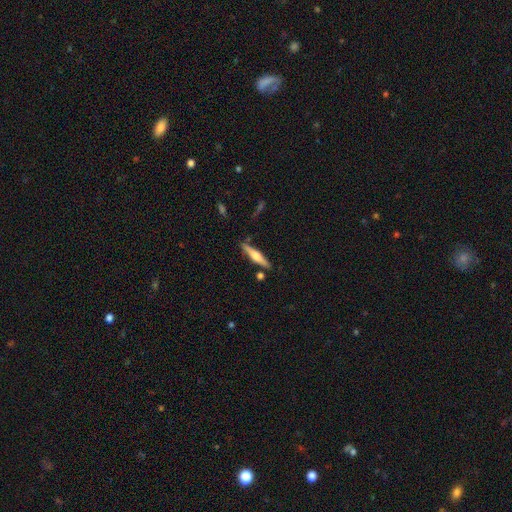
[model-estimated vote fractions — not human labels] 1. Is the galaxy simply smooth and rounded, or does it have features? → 54% featured or disk, 40% smooth, 6% star or artifact.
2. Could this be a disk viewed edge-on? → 95% yes, 5% no.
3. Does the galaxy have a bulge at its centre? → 87% rounded, 8% boxy, 5% none.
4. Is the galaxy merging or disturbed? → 83% none, 11% minor disturbance, 4% merger, 2% major disturbance.